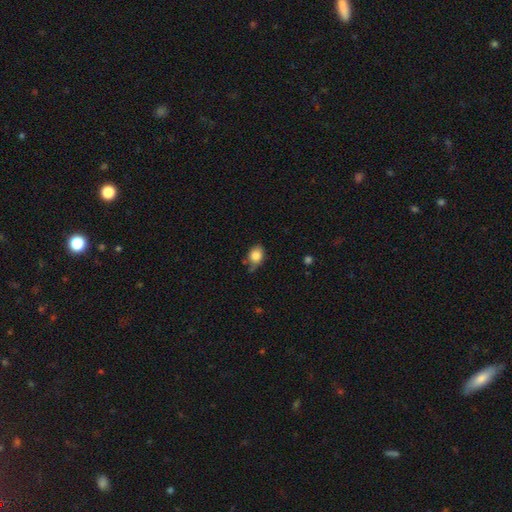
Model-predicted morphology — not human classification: A smooth galaxy with no disk features (83%) that is in between round and cigar-shaped (58%). Merging: none (56%).